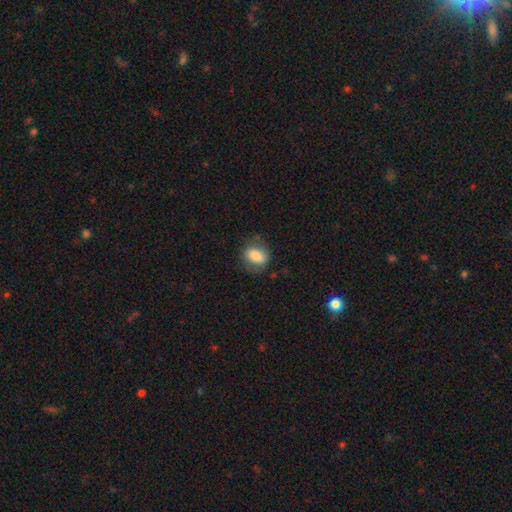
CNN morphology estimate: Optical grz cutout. It shows a smooth galaxy with no disk features (75%) that is in between round and cigar-shaped (59%). Merging: none (71%).